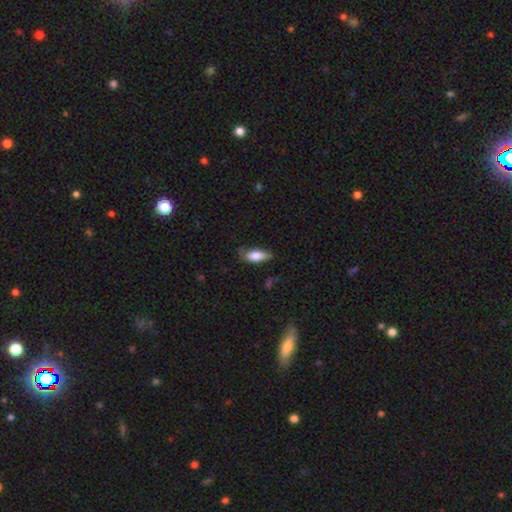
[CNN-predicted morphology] smooth_or_featured: smooth (p=0.70) [alt: featured or disk p=0.23]
how_rounded: in between (p=0.74) [alt: cigar-shaped p=0.23]
merging: none (p=0.63) [alt: minor disturbance p=0.28]